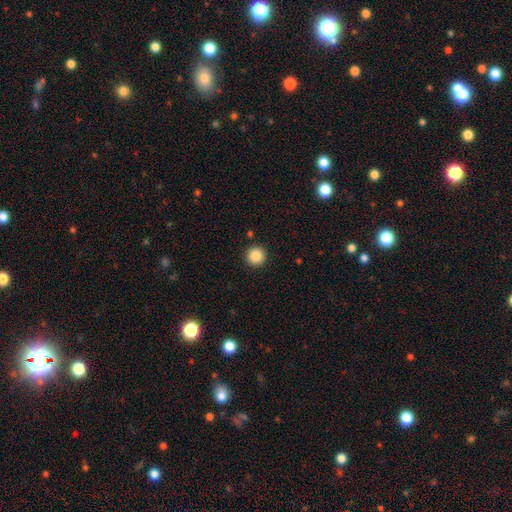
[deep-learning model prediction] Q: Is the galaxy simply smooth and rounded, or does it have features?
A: smooth — 86%.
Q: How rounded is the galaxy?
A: round — 96%.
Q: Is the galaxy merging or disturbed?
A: none — 92%.